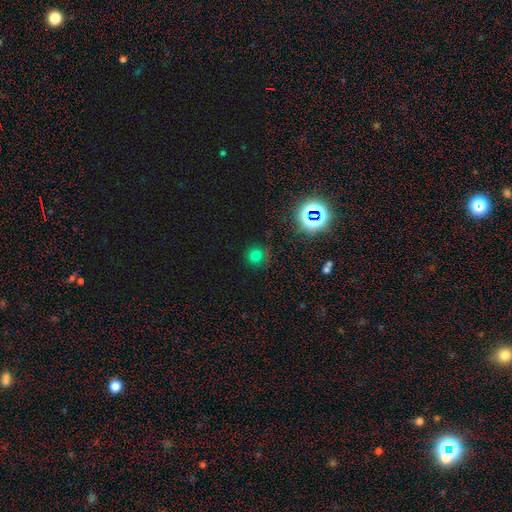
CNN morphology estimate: Smooth or featured? smooth (64%)
How rounded? round (90%)
Merging? none (80%)